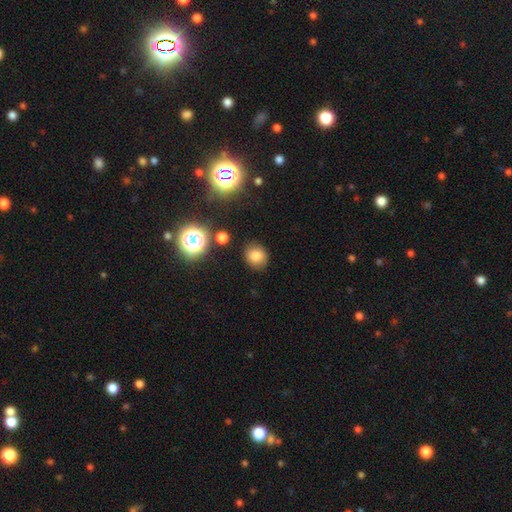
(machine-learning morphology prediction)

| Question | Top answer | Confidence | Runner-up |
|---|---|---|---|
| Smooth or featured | smooth | 78% | star or artifact (14%) |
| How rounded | round | 75% | in between (24%) |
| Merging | none | 84% | minor disturbance (10%) |